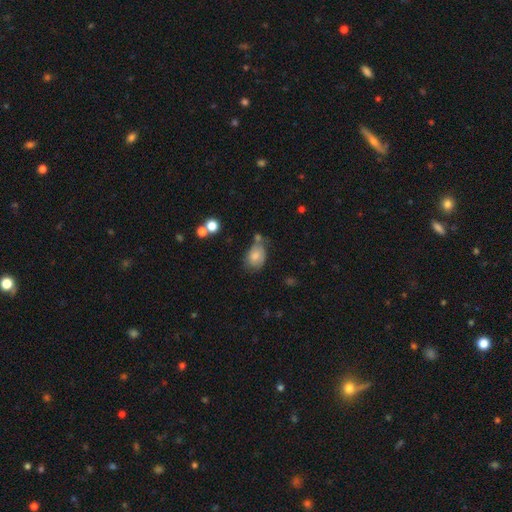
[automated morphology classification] smooth_or_featured: smooth (p=0.76) [alt: featured or disk p=0.15]
how_rounded: in between (p=0.75) [alt: round p=0.24]
merging: none (p=0.45) [alt: minor disturbance p=0.31]